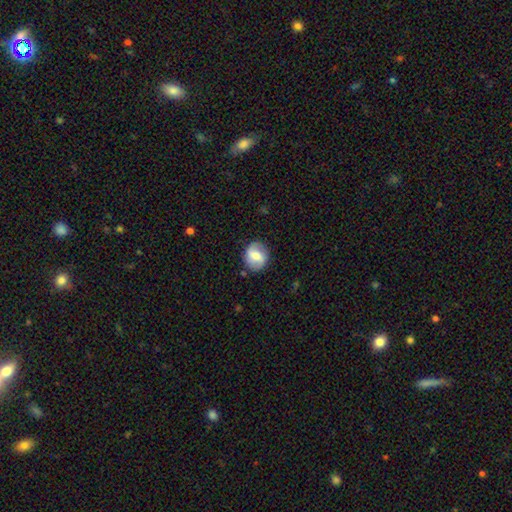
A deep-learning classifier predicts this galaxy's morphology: A smooth galaxy with no disk features (49%).

Vote fractions:
- Smooth or featured? smooth: 49% / featured or disk: 44% / star or artifact: 7%
- Merging? none: 83% / minor disturbance: 12% / major disturbance: 4% / merger: 2%